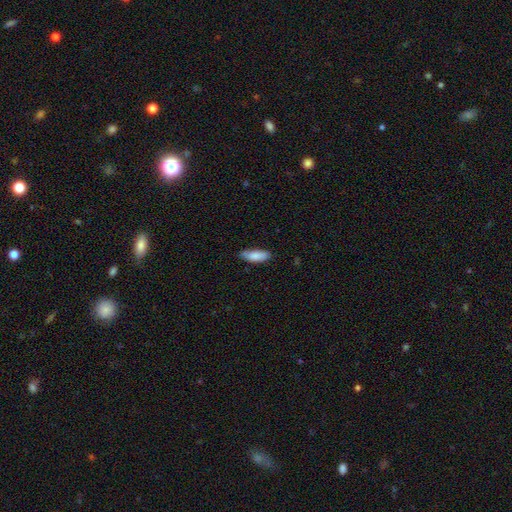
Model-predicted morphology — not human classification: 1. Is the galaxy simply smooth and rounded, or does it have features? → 86% smooth, 8% featured or disk, 6% star or artifact.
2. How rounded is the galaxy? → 67% in between, 31% cigar-shaped, 2% round.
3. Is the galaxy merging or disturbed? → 72% none, 24% minor disturbance, 3% major disturbance, 1% merger.